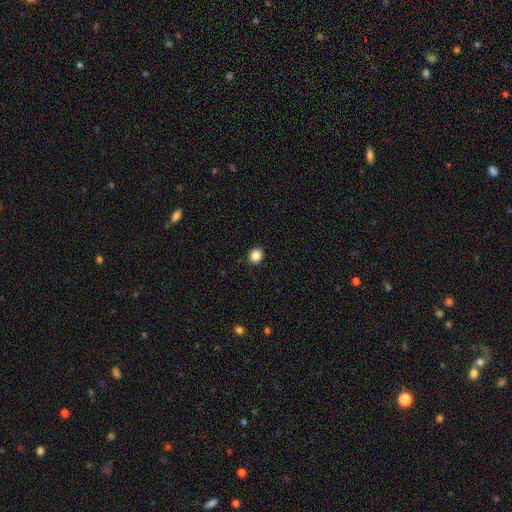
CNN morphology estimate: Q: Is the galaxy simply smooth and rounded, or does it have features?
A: smooth — 87%.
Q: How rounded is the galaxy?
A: round — 76%.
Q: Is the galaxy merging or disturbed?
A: none — 91%.